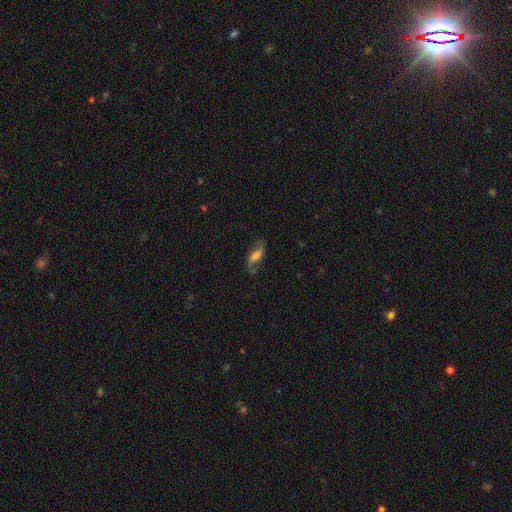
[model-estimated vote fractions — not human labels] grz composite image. It shows a featured or disk galaxy (61%) with a weak bar (40%), spiral arms (89%) and a large central bulge (27%, tied with moderate). Merging: none (67%).